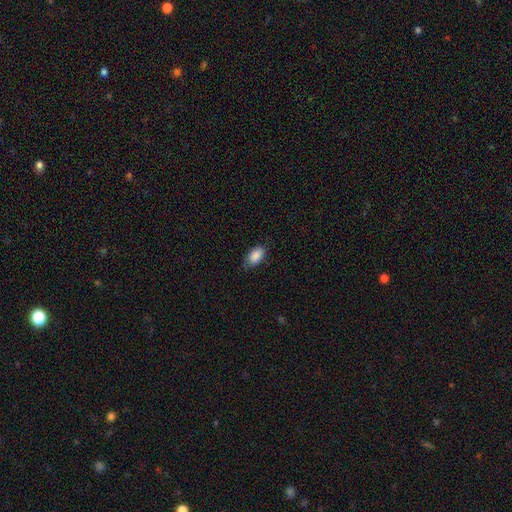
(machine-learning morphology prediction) smooth 88%, star or artifact 7%, featured or disk 6%. Down the decision tree: how rounded — in between (93%); merging — none (70%).